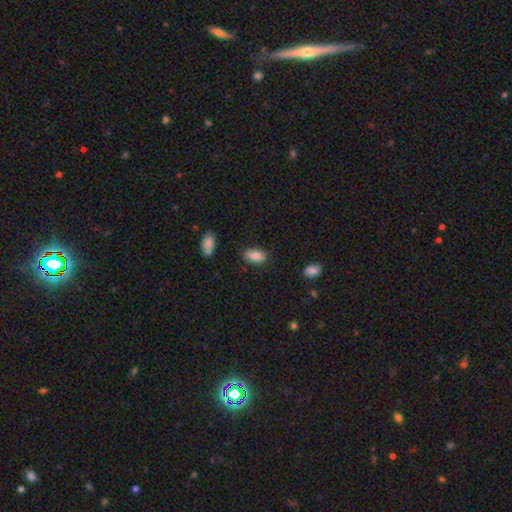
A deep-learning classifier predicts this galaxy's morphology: smooth_or_featured: smooth (p=0.83) [alt: featured or disk p=0.10]
how_rounded: in between (p=0.92) [alt: round p=0.05]
merging: none (p=0.80) [alt: minor disturbance p=0.15]